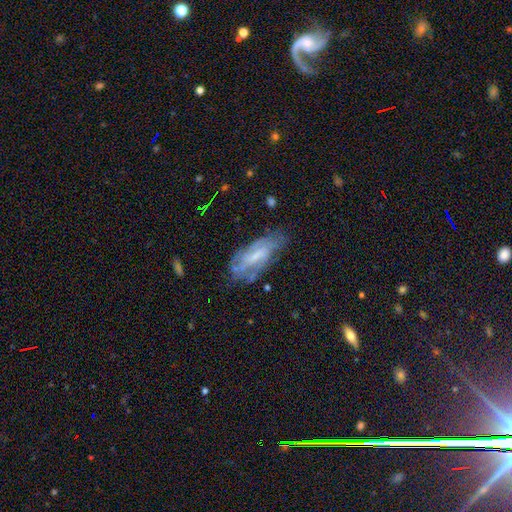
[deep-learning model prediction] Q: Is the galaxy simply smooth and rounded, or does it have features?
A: featured or disk — 58%.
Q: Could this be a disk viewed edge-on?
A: no — 80%.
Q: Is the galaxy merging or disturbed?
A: none — 61%.